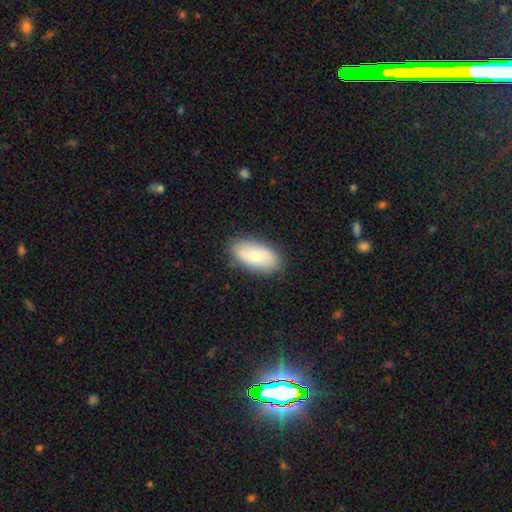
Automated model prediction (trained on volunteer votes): This appears to be a smooth galaxy with no disk features (76%) that is in between round and cigar-shaped (93%). Merging: none (85%).